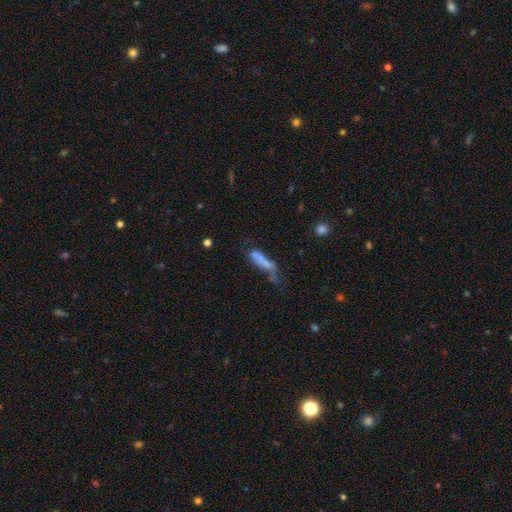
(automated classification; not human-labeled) smooth 55%, featured or disk 33%, star or artifact 13%. Down the decision tree: how rounded — cigar-shaped (68%); merging — major disturbance (28%, tied with none).